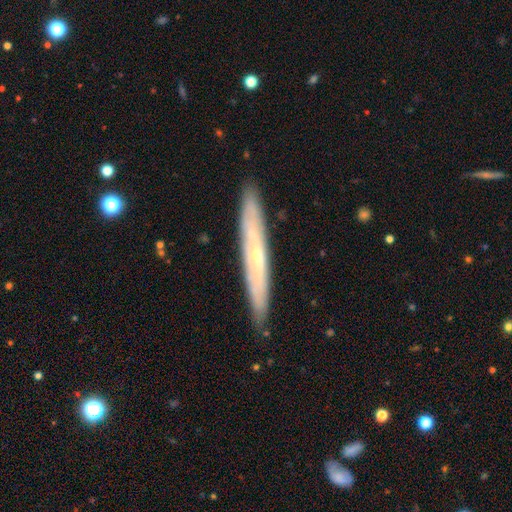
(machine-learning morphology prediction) featured or disk 63%, smooth 31%, star or artifact 6%. Down the decision tree: edge-on disk — yes (81%); edge-on bulge — none (50%); merging — none (88%).